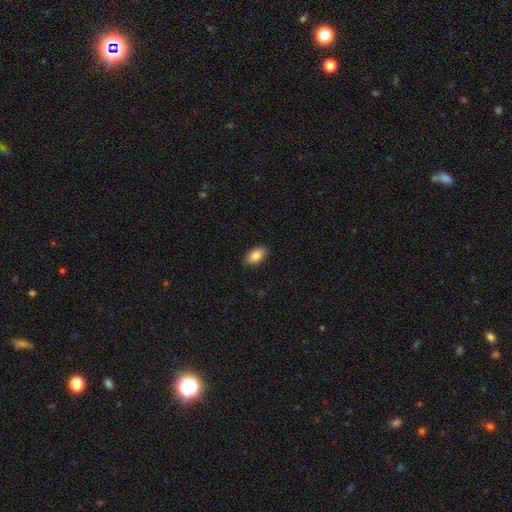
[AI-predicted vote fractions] Q: Smooth or featured?
A: smooth (88%); runner-up: star or artifact (7%)
Q: How rounded?
A: in between (93%); runner-up: round (4%)
Q: Merging?
A: none (88%); runner-up: minor disturbance (9%)